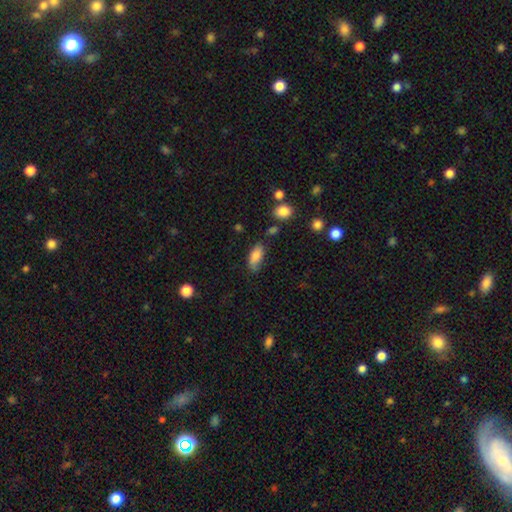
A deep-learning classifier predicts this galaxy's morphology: Q: Smooth or featured?
A: smooth (80%); runner-up: featured or disk (12%)
Q: How rounded?
A: in between (87%); runner-up: cigar-shaped (10%)
Q: Merging?
A: none (61%); runner-up: minor disturbance (28%)